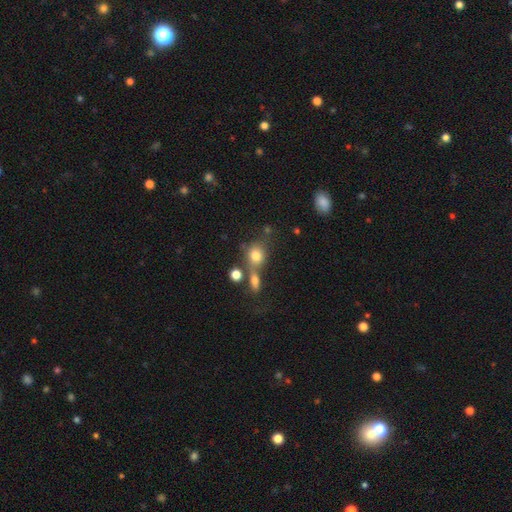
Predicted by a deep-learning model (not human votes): Q: Smooth or featured?
A: smooth (76%); runner-up: star or artifact (12%)
Q: How rounded?
A: round (67%); runner-up: in between (31%)
Q: Merging?
A: none (48%); runner-up: merger (31%)